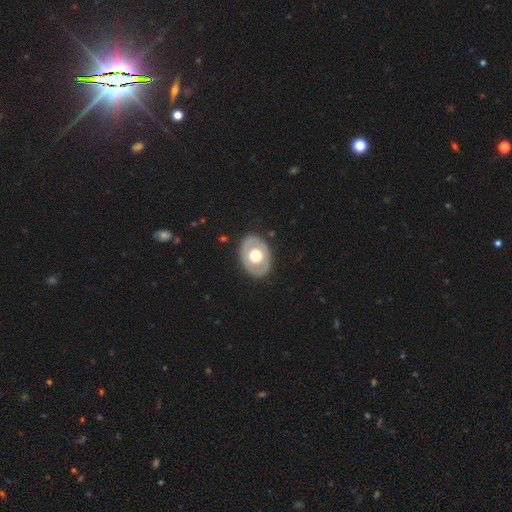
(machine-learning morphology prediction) Overall: featured or disk (48%; smooth 47%). Merging: none (85%).